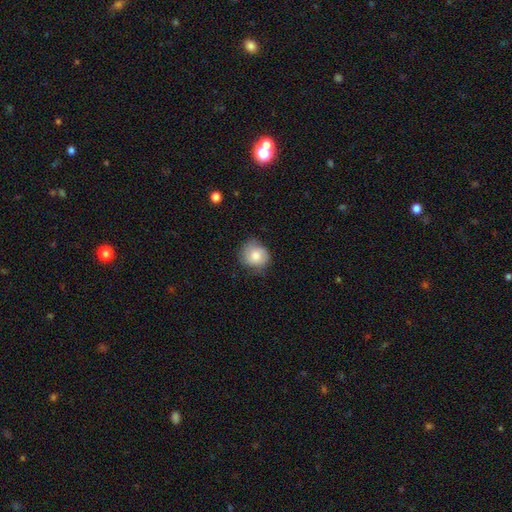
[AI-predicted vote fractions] The model was most divided on "merging": none: 67%, minor disturbance: 26%, major disturbance: 6%, merger: 1%. More confident: how rounded — round (82%); smooth or featured — smooth (77%).